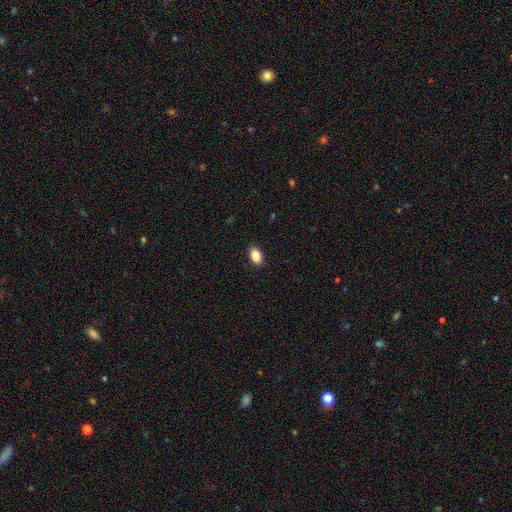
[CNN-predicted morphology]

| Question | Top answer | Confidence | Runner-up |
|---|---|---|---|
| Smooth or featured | smooth | 87% | star or artifact (7%) |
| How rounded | in between | 92% | round (5%) |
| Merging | none | 90% | minor disturbance (8%) |